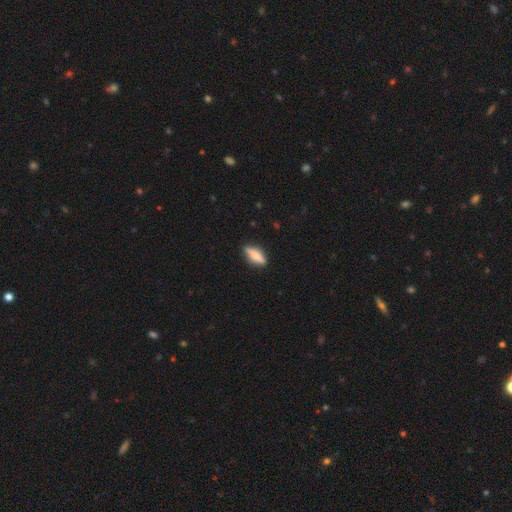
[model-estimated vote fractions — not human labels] This appears to be a smooth galaxy with no disk features (67%) that is cigar-shaped (50%). Merging: none (84%).